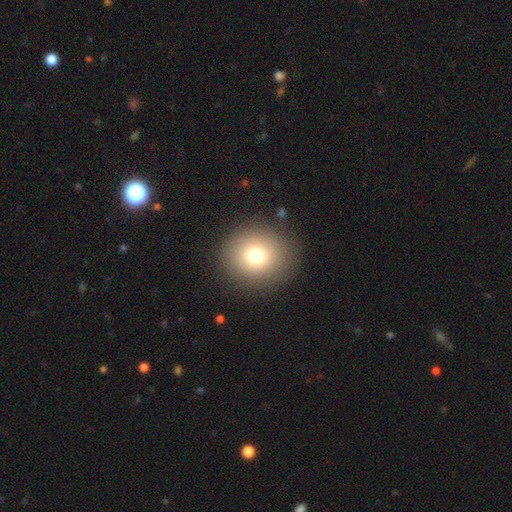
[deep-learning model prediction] Overall: smooth (75%). How rounded: round (89%). Merging: none (88%).